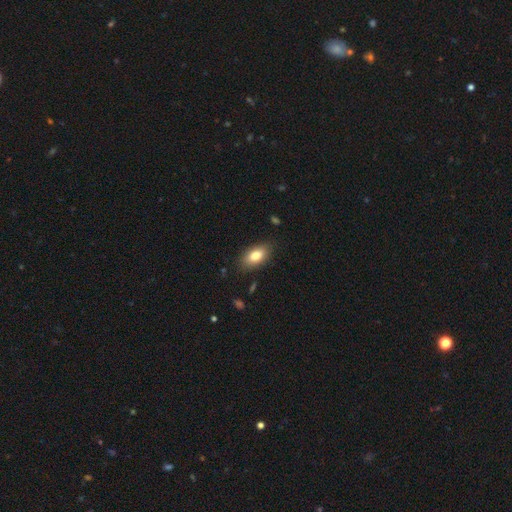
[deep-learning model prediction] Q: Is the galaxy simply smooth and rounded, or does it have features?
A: smooth — 82%.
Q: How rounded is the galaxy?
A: in between — 91%.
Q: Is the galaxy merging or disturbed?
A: none — 84%.